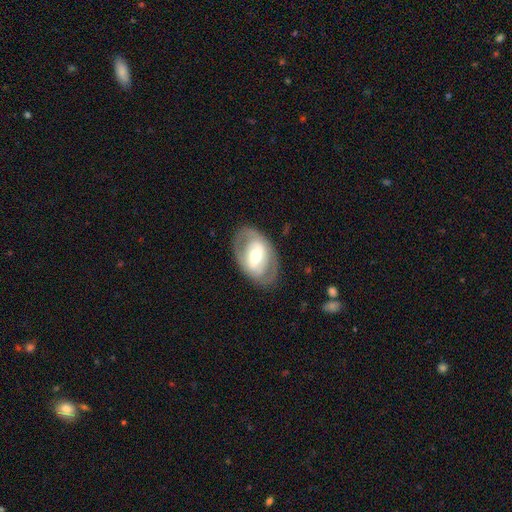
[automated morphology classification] A featured or disk galaxy (65%) with a strong bar (39%), no spiral arms (60%) and a moderate central bulge (64%).

Vote fractions:
- Smooth or featured? featured or disk: 65% / smooth: 30% / star or artifact: 6%
- Edge-on disk? no: 92% / yes: 8%
- Bar? strong: 39% / weak: 35% / no: 26%
- Spiral arms? no: 60% / yes: 40%
- Bulge size? moderate: 64% / small: 18% / large: 15% / dominant: 2% / none: 1%
- Merging? none: 78% / minor disturbance: 14% / major disturbance: 7% / merger: 1%